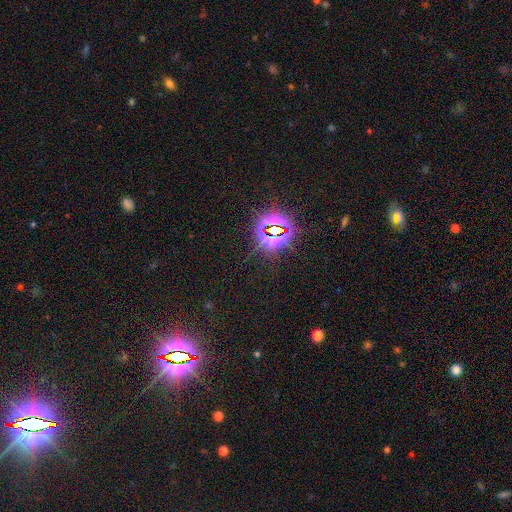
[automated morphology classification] star or artifact 83%, smooth 10%, featured or disk 7%.